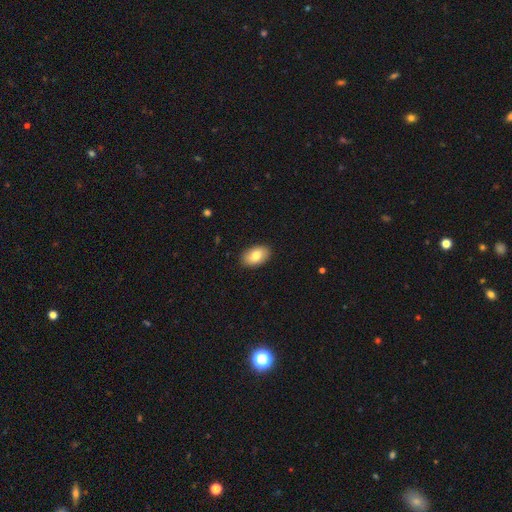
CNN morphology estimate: This appears to be a smooth galaxy with no disk features (83%) that is in between round and cigar-shaped (93%). Merging: none (90%).